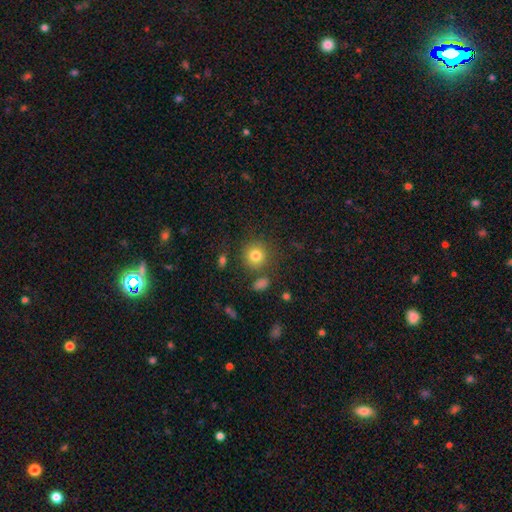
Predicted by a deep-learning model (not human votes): Overall: smooth (81%). How rounded: round (91%). Merging: none (80%).